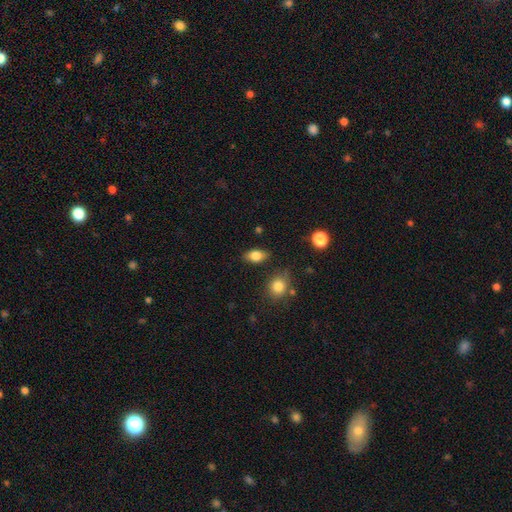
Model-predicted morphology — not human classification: Smooth or featured? smooth (80%)
How rounded? in between (85%)
Merging? none (82%)